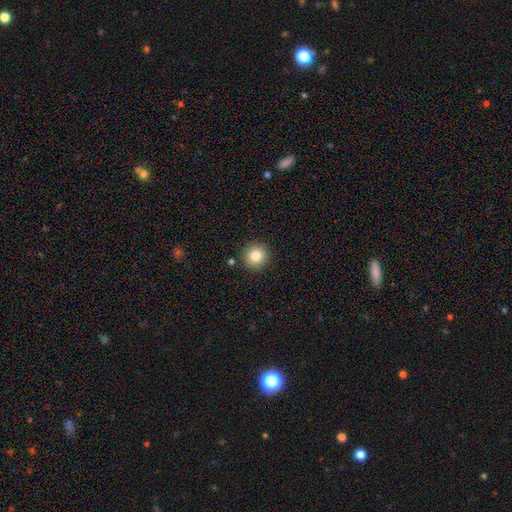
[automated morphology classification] Smooth or featured: smooth — 82% (star or artifact — 10%)
How rounded: round — 94% (in between — 5%)
Merging: none — 90% (minor disturbance — 6%)